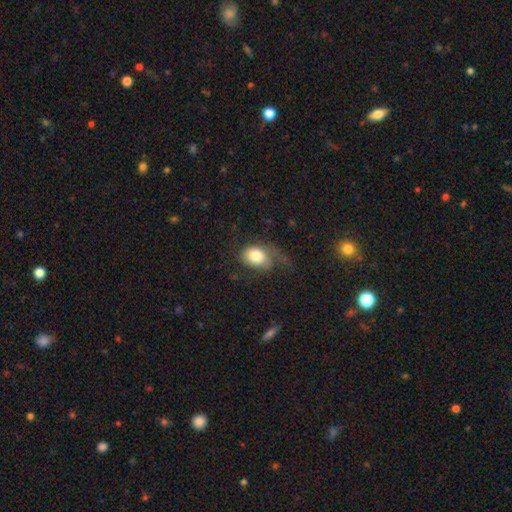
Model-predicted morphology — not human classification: This is likely a smooth galaxy (76%). How rounded: likely in between (70%). Merging: marginally none (42%).